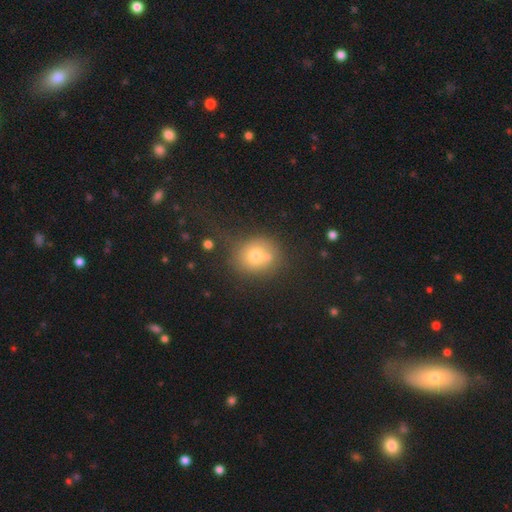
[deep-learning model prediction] Smooth or featured?
  - smooth: 70% *
  - featured or disk: 17%
  - star or artifact: 13%
How rounded?
  - round: 75% *
  - in between: 24%
  - cigar-shaped: 1%
Merging?
  - none: 54% *
  - minor disturbance: 19%
  - merger: 16%
  - major disturbance: 10%